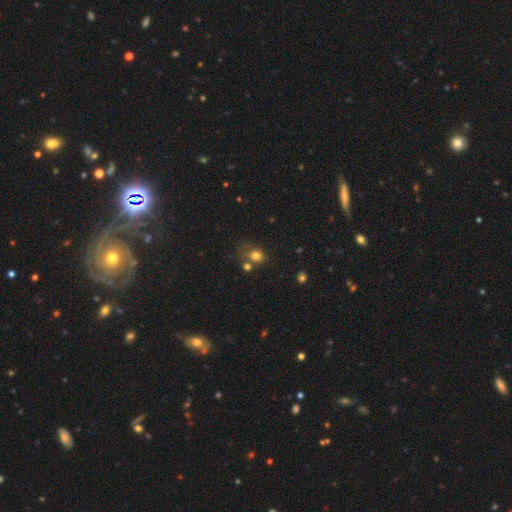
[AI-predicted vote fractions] smooth 77%, star or artifact 13%, featured or disk 10%. Down the decision tree: how rounded — round (56%); merging — none (45%).